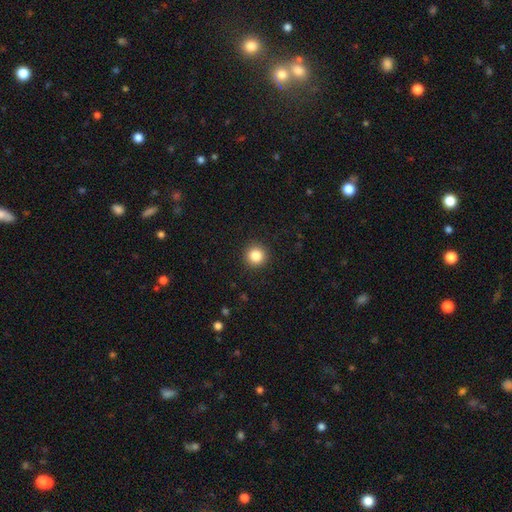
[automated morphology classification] This appears to be a smooth galaxy with no disk features (85%) that is round (95%). Merging: none (92%).